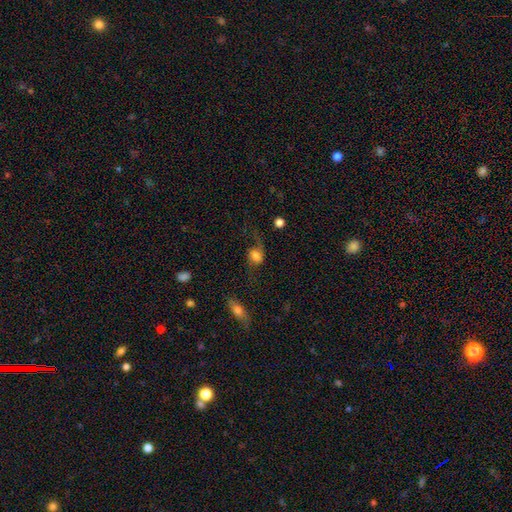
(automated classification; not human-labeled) This appears to be a smooth galaxy with no disk features (56%) that is in between round and cigar-shaped (50%). Merging: none (44%).